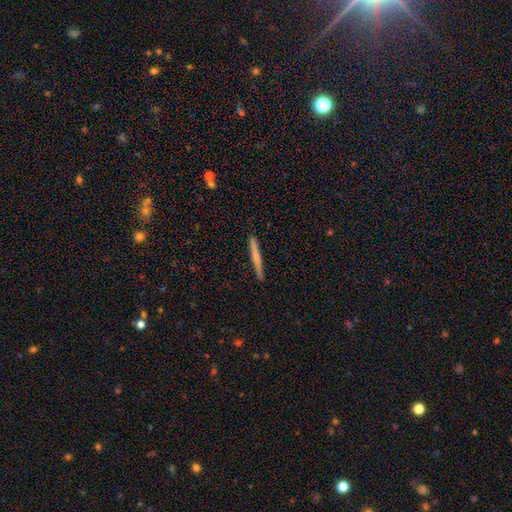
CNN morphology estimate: smooth_or_featured: smooth (p=0.61) [alt: featured or disk p=0.33]
how_rounded: cigar-shaped (p=0.97) [alt: in between p=0.02]
merging: none (p=0.91) [alt: minor disturbance p=0.06]